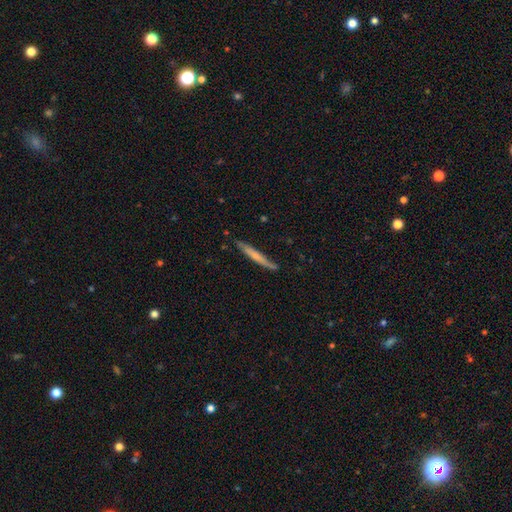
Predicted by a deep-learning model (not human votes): A smooth galaxy with no disk features (58%) that is cigar-shaped (96%). Merging: none (83%).